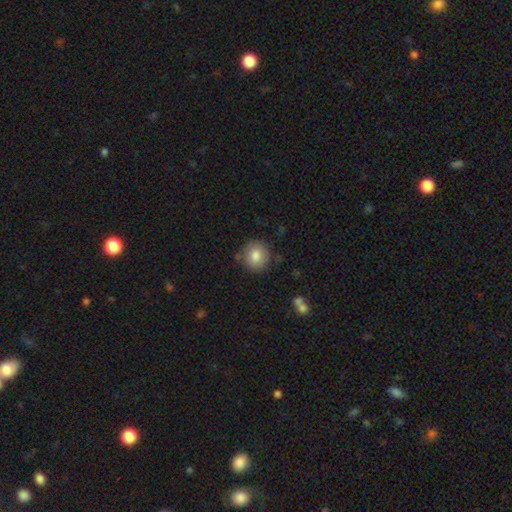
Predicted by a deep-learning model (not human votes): Q: Smooth or featured?
A: smooth (83%); runner-up: featured or disk (9%)
Q: How rounded?
A: round (85%); runner-up: in between (14%)
Q: Merging?
A: none (81%); runner-up: minor disturbance (13%)